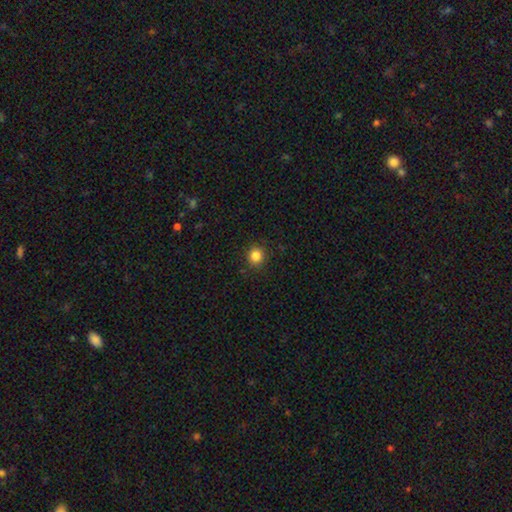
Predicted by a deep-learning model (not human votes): Smooth or featured? smooth (85%)
How rounded? round (89%)
Merging? none (90%)